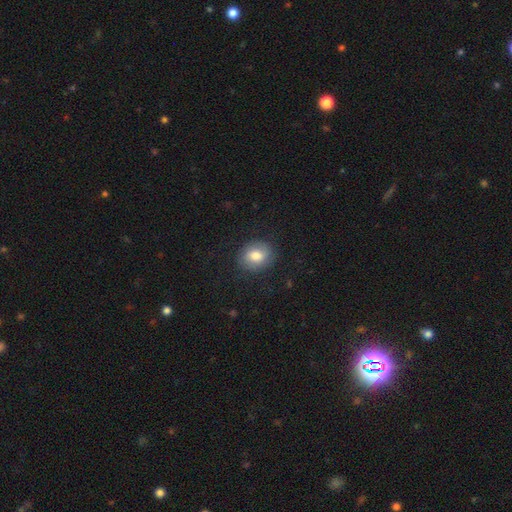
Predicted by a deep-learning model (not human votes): The model was most divided on "how rounded": round: 55%, in between: 44%, cigar-shaped: 1%. More confident: merging — none (84%); smooth or featured — smooth (78%).